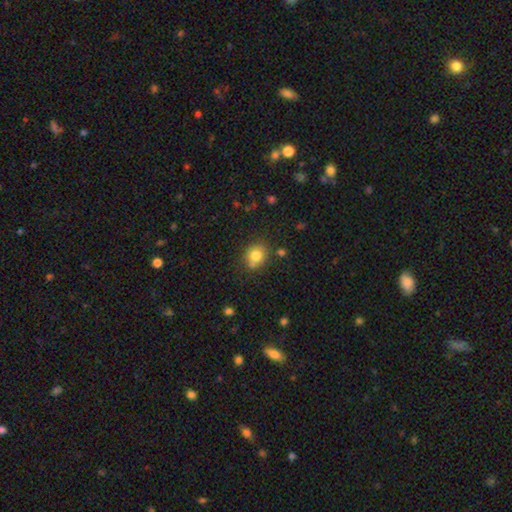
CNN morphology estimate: smooth-or-featured: smooth: 78% | star or artifact: 11% | featured or disk: 10%
  how-rounded: round: 71% | in between: 28% | cigar-shaped: 1%
  merging: none: 70% | minor disturbance: 15% | merger: 12% | major disturbance: 4%